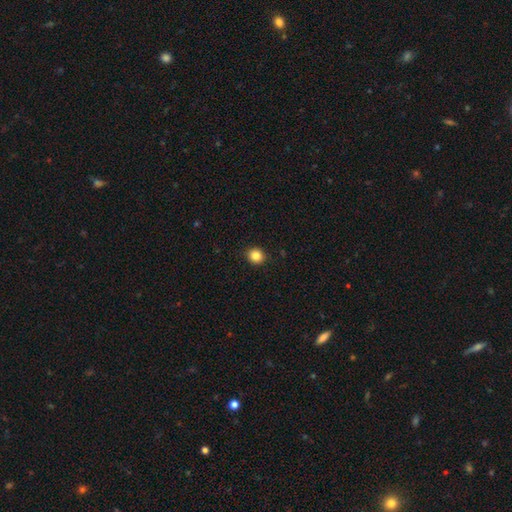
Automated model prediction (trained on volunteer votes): Q: Smooth or featured?
A: smooth (85%); runner-up: star or artifact (10%)
Q: How rounded?
A: round (84%); runner-up: in between (15%)
Q: Merging?
A: none (91%); runner-up: minor disturbance (6%)